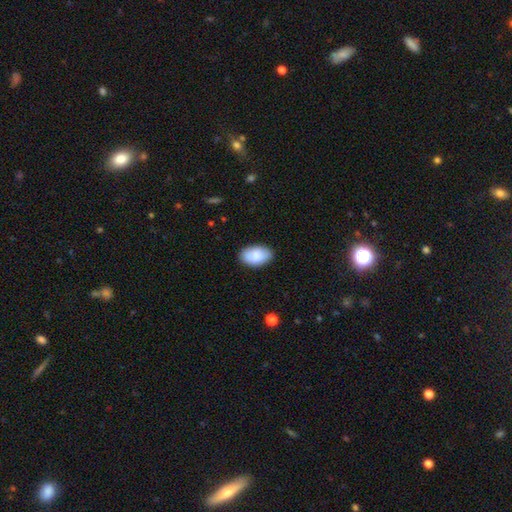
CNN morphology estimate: A smooth galaxy with no disk features (80%) that is in between round and cigar-shaped (92%). Merging: none (79%).